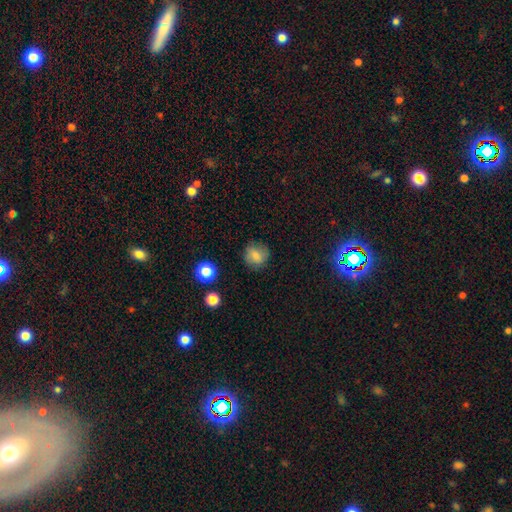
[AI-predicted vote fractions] Smooth or featured? Predicted: smooth (p=0.77). How rounded? Predicted: round (p=0.83). Merging? Predicted: none (p=0.77).